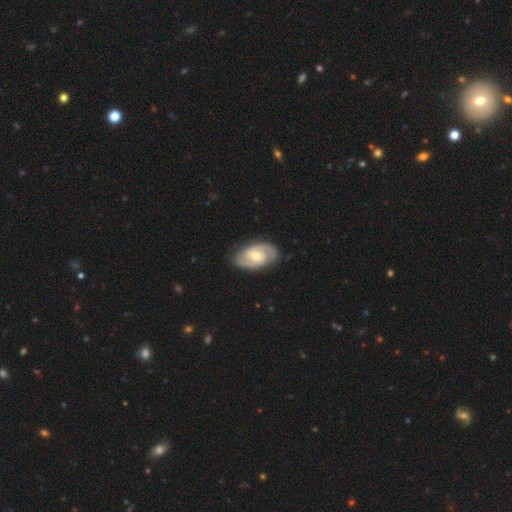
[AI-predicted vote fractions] Smooth or featured: featured or disk — 87% (smooth — 9%)
Edge-on disk: no — 97% (yes — 3%)
Bar: no — 52% (weak — 38%)
Spiral arms: yes — 96% (no — 4%)
Spiral winding: tight — 56% (medium — 38%)
Spiral arm count: 2 — 90% (can't tell — 4%)
Bulge size: moderate — 65% (small — 30%)
Merging: none — 85% (minor disturbance — 11%)